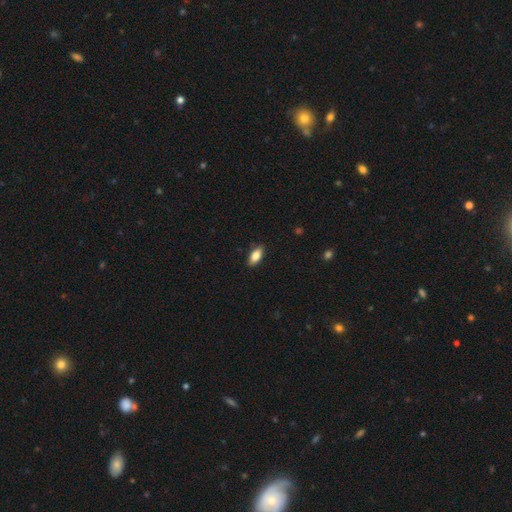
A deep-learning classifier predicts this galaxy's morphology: smooth_or_featured: smooth (p=0.82) [alt: featured or disk p=0.11]
how_rounded: in between (p=0.88) [alt: cigar-shaped p=0.10]
merging: none (p=0.88) [alt: minor disturbance p=0.09]